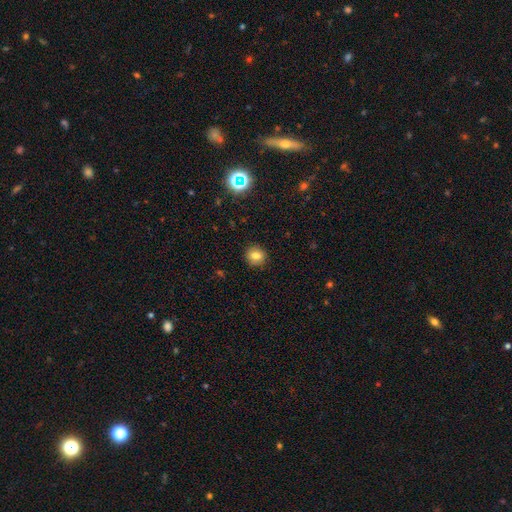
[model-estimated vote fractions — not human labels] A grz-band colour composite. It shows a smooth galaxy with no disk features (78%) that is round (85%). Merging: none (90%).